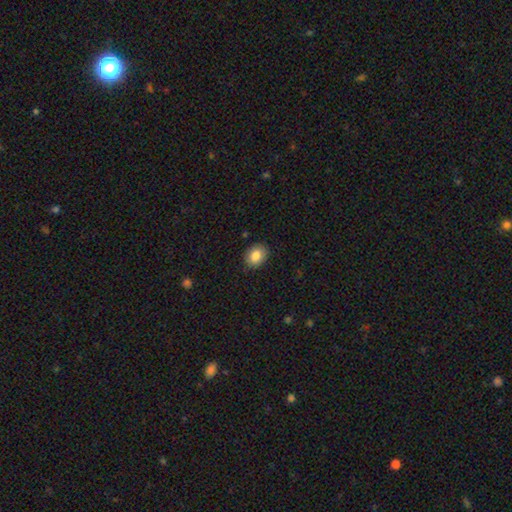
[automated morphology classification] This is clearly a smooth galaxy (86%). How rounded: likely in between (67%). Merging: clearly none (88%).